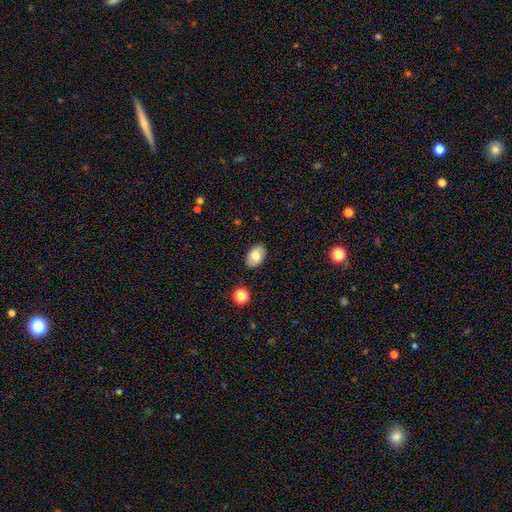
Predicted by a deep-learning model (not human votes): Smooth or featured? Predicted: smooth (p=0.72). How rounded? Predicted: in between (p=0.89). Merging? Predicted: none (p=0.84).